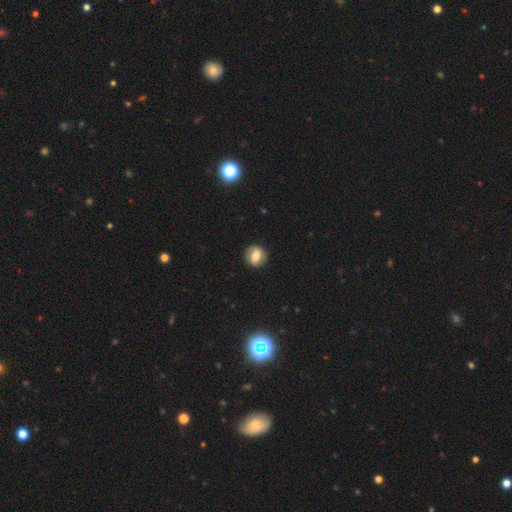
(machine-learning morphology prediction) Smooth or featured?
  - smooth: 62% *
  - featured or disk: 28%
  - star or artifact: 9%
How rounded?
  - round: 68% *
  - in between: 30%
  - cigar-shaped: 2%
Merging?
  - none: 87% *
  - minor disturbance: 9%
  - major disturbance: 3%
  - merger: 1%